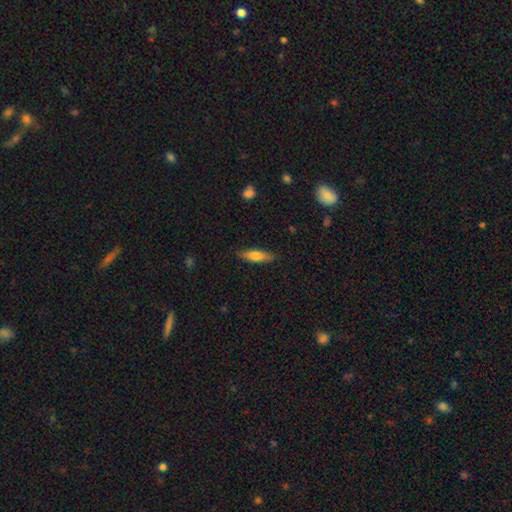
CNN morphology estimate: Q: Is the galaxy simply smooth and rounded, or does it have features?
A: smooth — 71%.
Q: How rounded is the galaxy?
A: cigar-shaped — 58%.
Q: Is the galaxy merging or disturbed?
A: none — 85%.